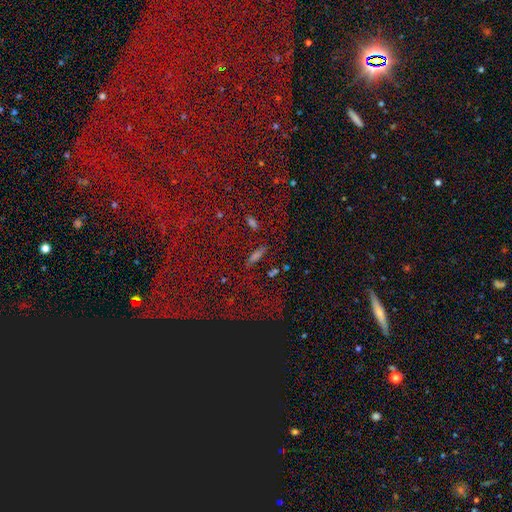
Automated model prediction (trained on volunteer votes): The model was most divided on "smooth or featured": smooth: 39%, star or artifact: 37%, featured or disk: 24%. More confident: merging — none (76%).